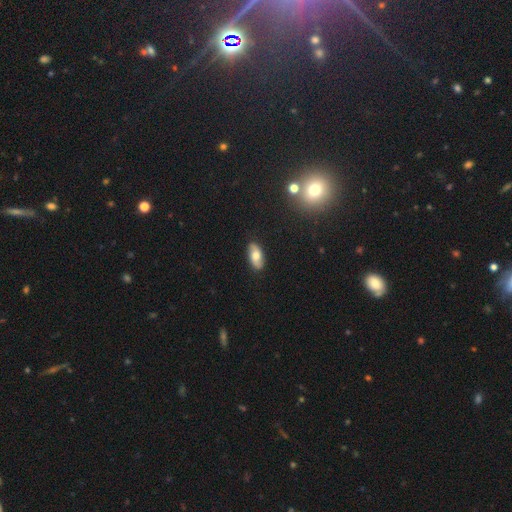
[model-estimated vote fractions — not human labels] Smooth or featured: smooth — 57% (featured or disk — 35%)
How rounded: in between — 89% (cigar-shaped — 7%)
Merging: none — 86% (minor disturbance — 11%)